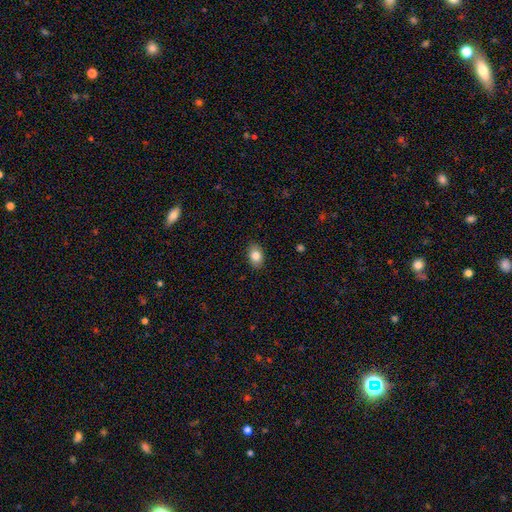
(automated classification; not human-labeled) Overall: smooth (84%). How rounded: in between (81%). Merging: none (88%).